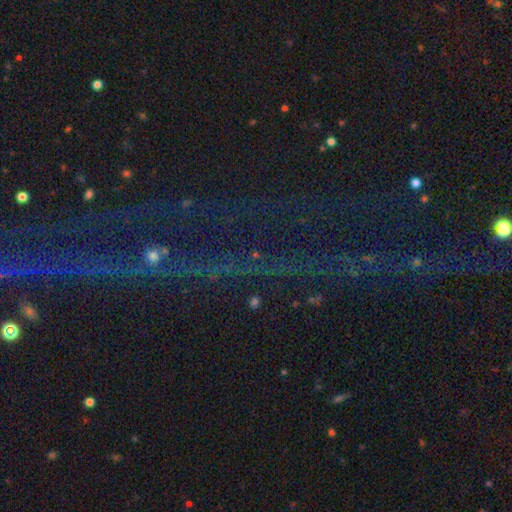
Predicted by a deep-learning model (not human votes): This is likely a star or artifact rather than a galaxy (73%).